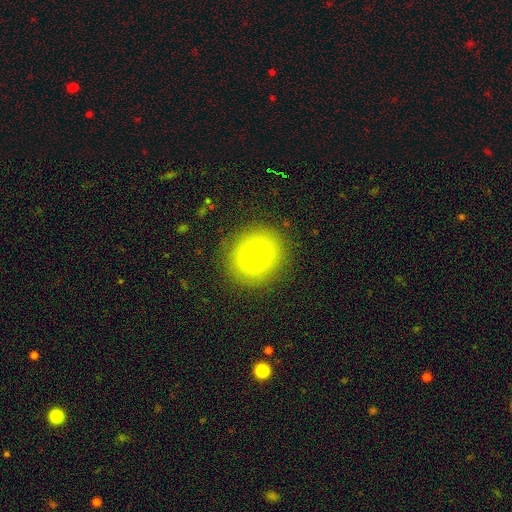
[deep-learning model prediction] Morphology: type=smooth (78%); roundness=round (83%); merging=none (86%).